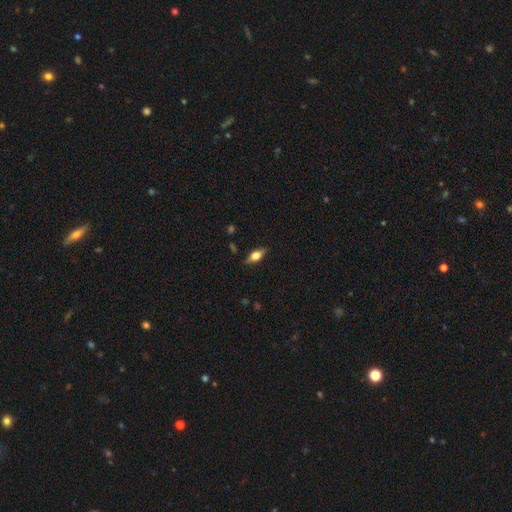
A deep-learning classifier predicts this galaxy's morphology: Q: Smooth or featured?
A: smooth (58%); runner-up: featured or disk (34%)
Q: How rounded?
A: in between (77%); runner-up: cigar-shaped (18%)
Q: Merging?
A: none (85%); runner-up: minor disturbance (12%)